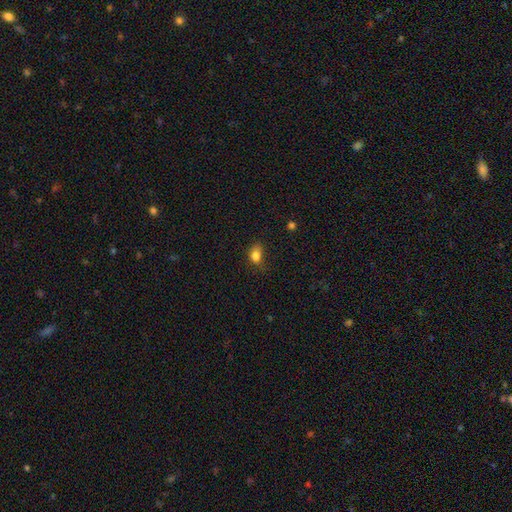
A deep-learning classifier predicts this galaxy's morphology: This appears to be a smooth galaxy with no disk features (82%) that is in between round and cigar-shaped (68%). Merging: none (51%).